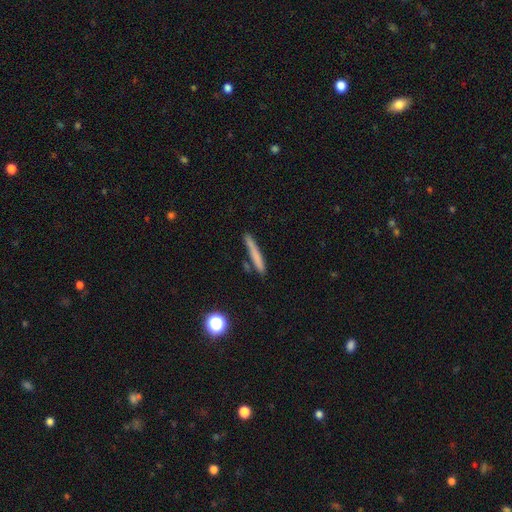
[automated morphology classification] Smooth or featured?
  - smooth: 69% *
  - featured or disk: 23%
  - star or artifact: 8%
How rounded?
  - cigar-shaped: 95% *
  - in between: 3%
  - round: 2%
Merging?
  - none: 81% *
  - minor disturbance: 12%
  - merger: 4%
  - major disturbance: 3%